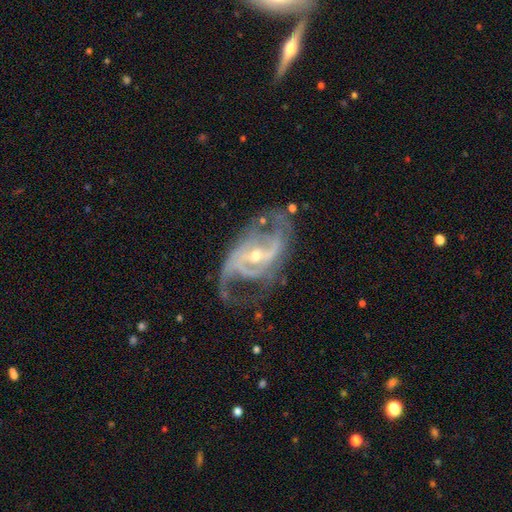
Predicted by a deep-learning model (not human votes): A featured or disk galaxy (90%) with a weak bar (43%), 2 (71%) medium (46%) spiral arms (96%) and a small central bulge (54%). Merging: none (54%).